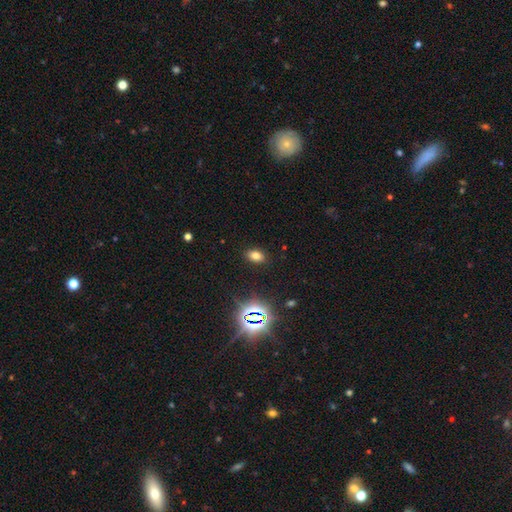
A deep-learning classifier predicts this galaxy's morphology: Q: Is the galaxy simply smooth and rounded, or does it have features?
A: smooth — 71%.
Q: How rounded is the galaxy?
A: in between — 87%.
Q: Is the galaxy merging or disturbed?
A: none — 88%.